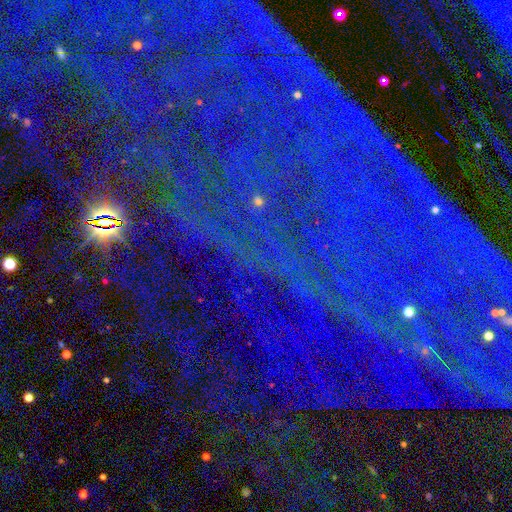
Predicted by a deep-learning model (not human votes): Smooth or featured? Predicted: star or artifact (p=0.87).